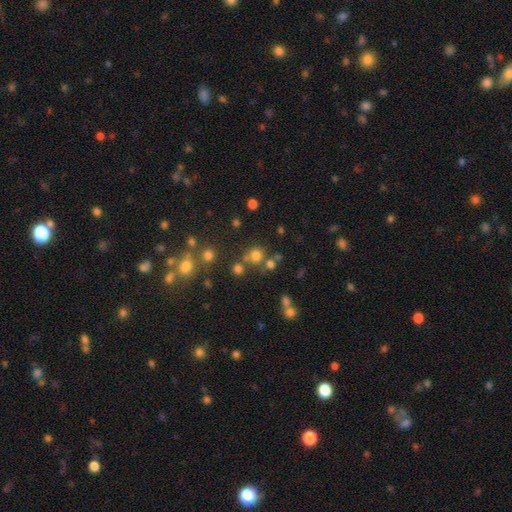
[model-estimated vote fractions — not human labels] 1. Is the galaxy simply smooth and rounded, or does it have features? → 71% smooth, 20% star or artifact, 8% featured or disk.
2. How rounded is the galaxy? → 89% round, 10% in between, 1% cigar-shaped.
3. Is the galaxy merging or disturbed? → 69% none, 18% merger, 9% minor disturbance, 4% major disturbance.